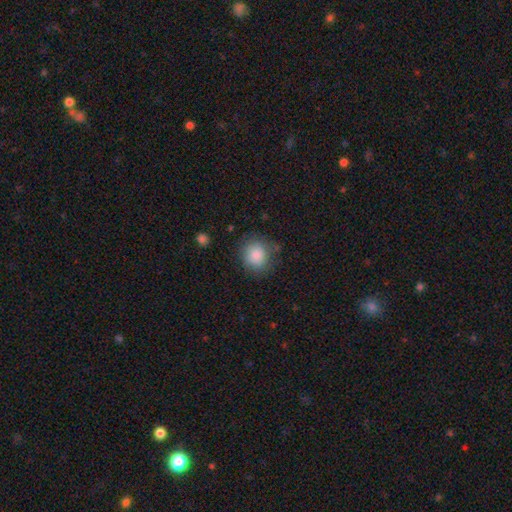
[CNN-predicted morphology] A smooth galaxy with no disk features (86%) that is round (84%). Merging: none (77%).